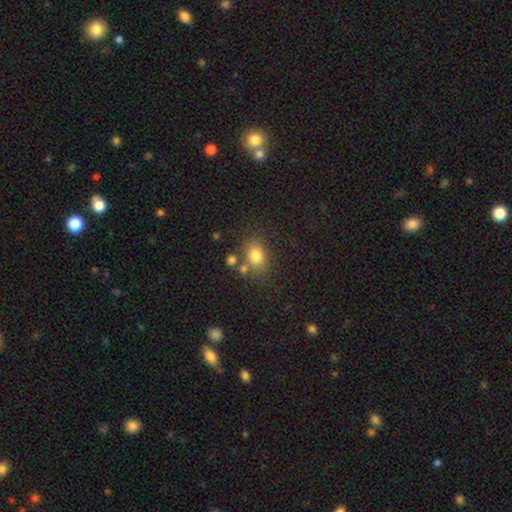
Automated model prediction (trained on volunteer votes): This is likely a smooth galaxy (79%). How rounded: possibly in between (59%). Merging: likely none (66%).